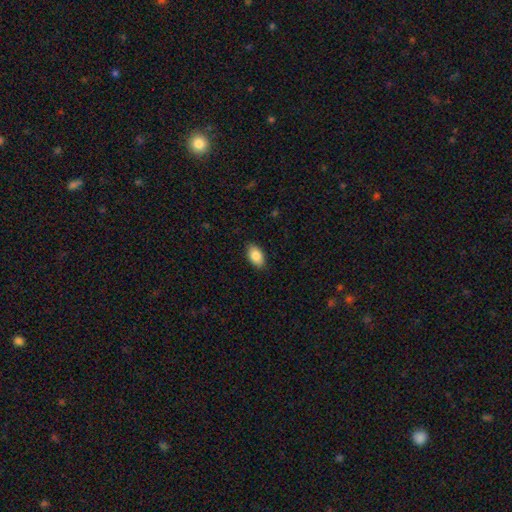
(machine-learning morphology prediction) Smooth or featured?
  - smooth: 86% *
  - star or artifact: 7%
  - featured or disk: 7%
How rounded?
  - in between: 93% *
  - round: 6%
  - cigar-shaped: 2%
Merging?
  - none: 88% *
  - minor disturbance: 9%
  - major disturbance: 2%
  - merger: 1%